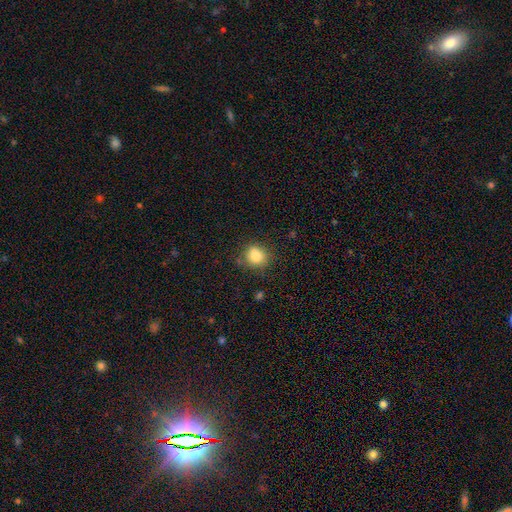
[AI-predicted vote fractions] Smooth or featured? Predicted: smooth (p=0.83). How rounded? Predicted: round (p=0.75). Merging? Predicted: none (p=0.73).